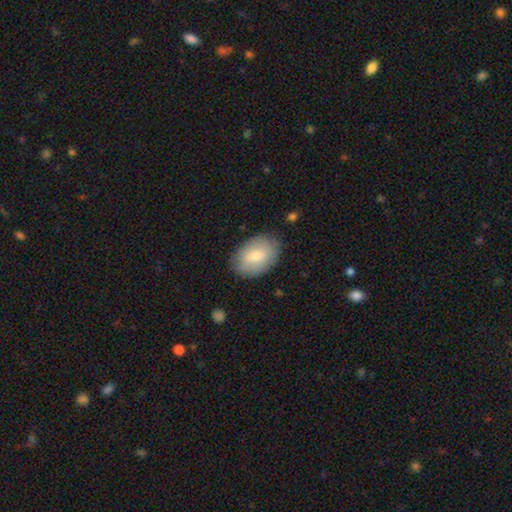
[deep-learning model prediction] smooth-or-featured: smooth: 74% | featured or disk: 20% | star or artifact: 6%
  how-rounded: in between: 85% | round: 13% | cigar-shaped: 1%
  merging: none: 81% | minor disturbance: 14% | major disturbance: 3% | merger: 1%